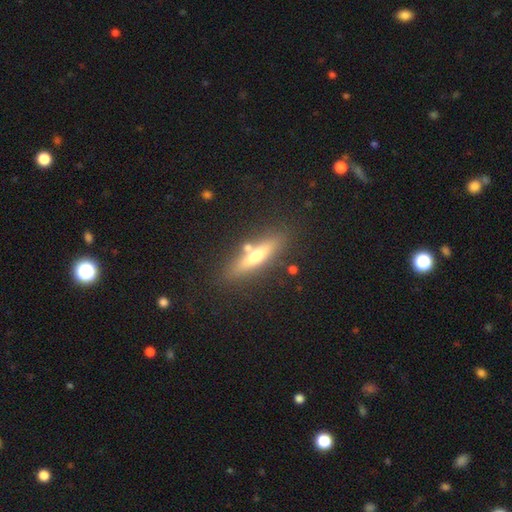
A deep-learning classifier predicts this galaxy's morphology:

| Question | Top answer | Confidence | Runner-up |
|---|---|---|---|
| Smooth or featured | featured or disk | 48% | smooth (44%) |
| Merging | none | 77% | minor disturbance (11%) |